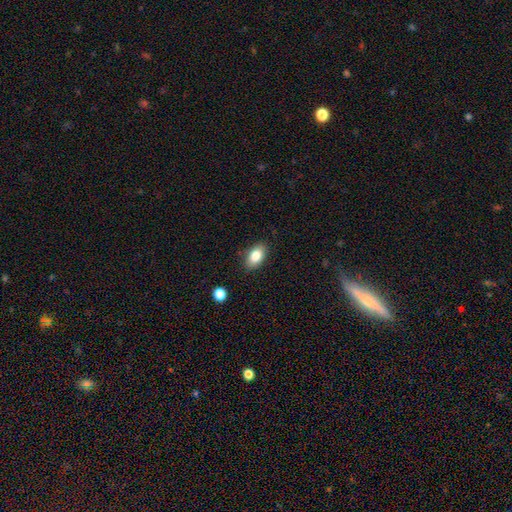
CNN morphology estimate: Smooth or featured?
  - smooth: 83% *
  - featured or disk: 9%
  - star or artifact: 8%
How rounded?
  - in between: 90% *
  - round: 7%
  - cigar-shaped: 2%
Merging?
  - none: 86% *
  - minor disturbance: 10%
  - major disturbance: 2%
  - merger: 1%